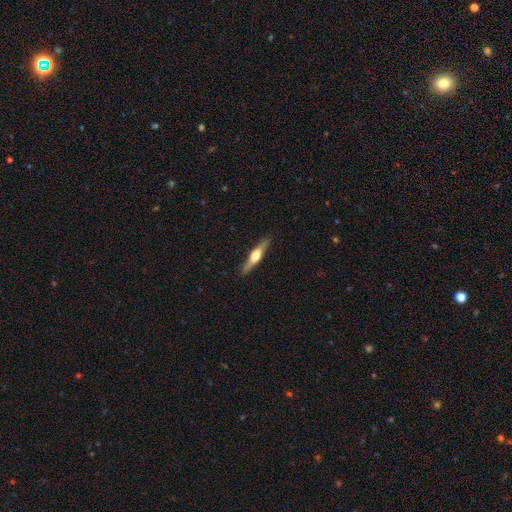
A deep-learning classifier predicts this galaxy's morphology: Smooth or featured: featured or disk — 63% (smooth — 31%)
Edge-on disk: yes — 96% (no — 4%)
Edge-on bulge: rounded — 91% (boxy — 6%)
Merging: none — 88% (minor disturbance — 9%)